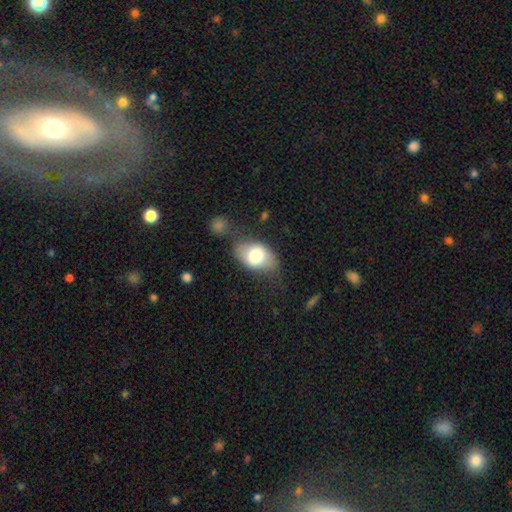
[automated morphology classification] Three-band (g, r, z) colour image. It shows a smooth galaxy with no disk features (74%) that is in between round and cigar-shaped (84%). Merging: none (56%).